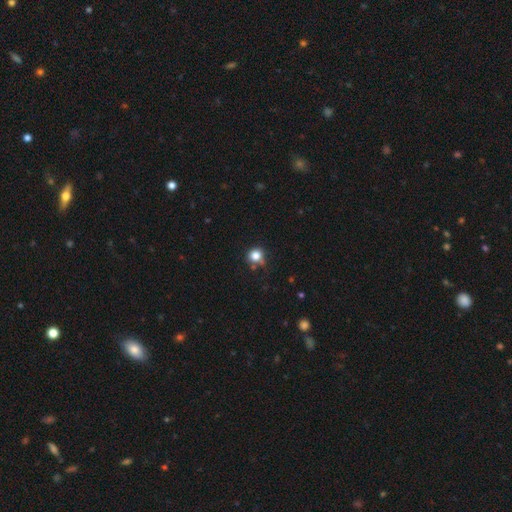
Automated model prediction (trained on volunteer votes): smooth 81%, star or artifact 13%, featured or disk 6%. Down the decision tree: how rounded — round (87%); merging — none (69%).